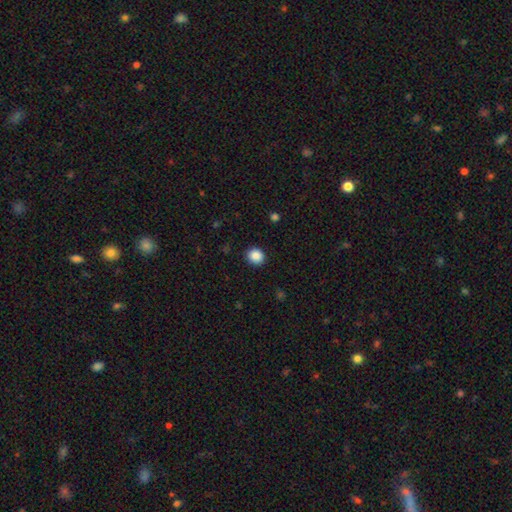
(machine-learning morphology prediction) A smooth galaxy with no disk features (87%) that is round (79%).

Vote fractions:
- Smooth or featured? smooth: 87% / star or artifact: 9% / featured or disk: 3%
- How rounded? round: 79% / in between: 20% / cigar-shaped: 1%
- Merging? none: 91% / minor disturbance: 6% / major disturbance: 2% / merger: 1%